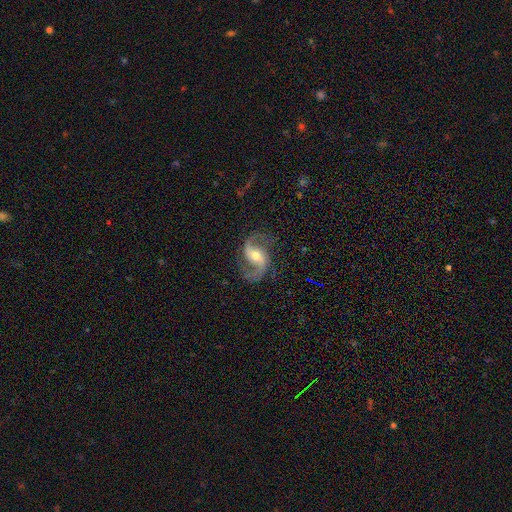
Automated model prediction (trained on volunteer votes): Morphology: type=featured or disk (91%); edge-on=no (98%); bar=weak (41%); spiral arms=yes (98%); winding=loose (48%); arm count=2 (94%); bulge=moderate (66%); merging=none (80%).